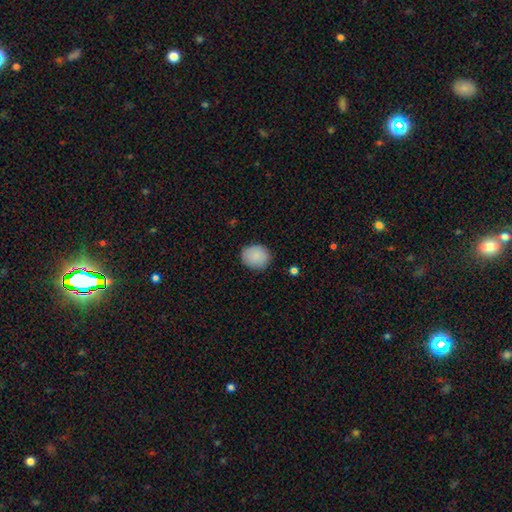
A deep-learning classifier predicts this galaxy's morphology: smooth 89%, star or artifact 7%, featured or disk 4%. Down the decision tree: how rounded — round (70%); merging — none (86%).